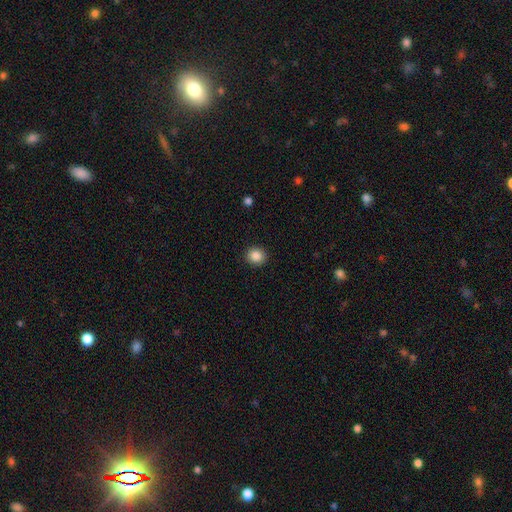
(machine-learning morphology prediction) Smooth or featured? smooth (87%)
How rounded? round (82%)
Merging? none (91%)